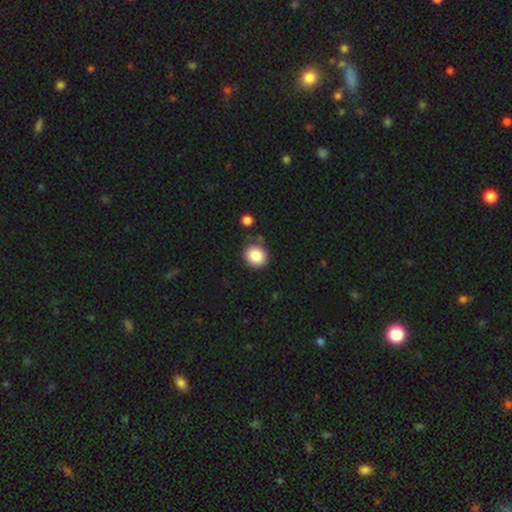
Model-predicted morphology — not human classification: A smooth galaxy with no disk features (86%) that is round (83%).

Vote fractions:
- Smooth or featured? smooth: 86% / star or artifact: 9% / featured or disk: 5%
- How rounded? round: 83% / in between: 16% / cigar-shaped: 1%
- Merging? none: 81% / minor disturbance: 12% / merger: 5% / major disturbance: 3%